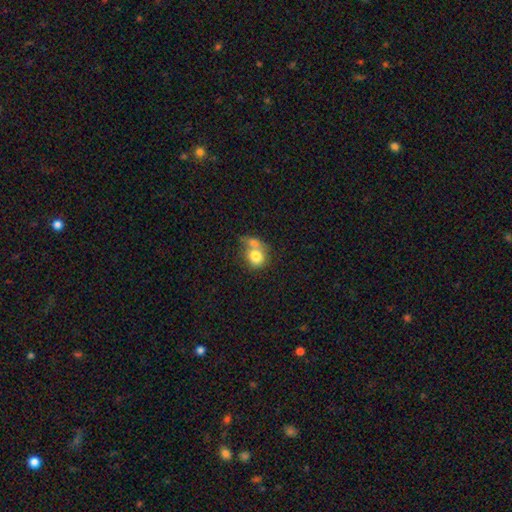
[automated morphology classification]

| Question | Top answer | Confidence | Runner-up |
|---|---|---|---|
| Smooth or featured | smooth | 77% | featured or disk (15%) |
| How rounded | round | 64% | in between (34%) |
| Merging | merger | 54% | none (27%) |